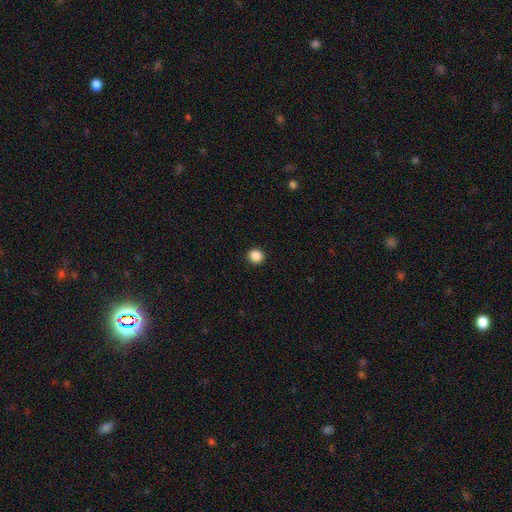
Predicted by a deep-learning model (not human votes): Q: Smooth or featured?
A: smooth (87%); runner-up: star or artifact (10%)
Q: How rounded?
A: round (91%); runner-up: in between (8%)
Q: Merging?
A: none (93%); runner-up: minor disturbance (4%)